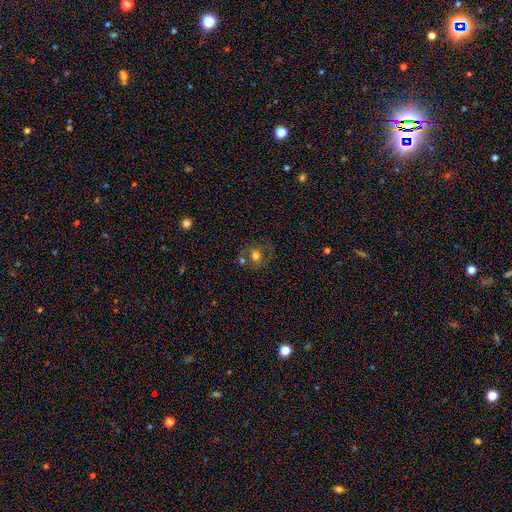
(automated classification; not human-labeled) Smooth or featured: smooth — 60% (featured or disk — 25%)
How rounded: round — 78% (in between — 21%)
Merging: none — 57% (merger — 17%)